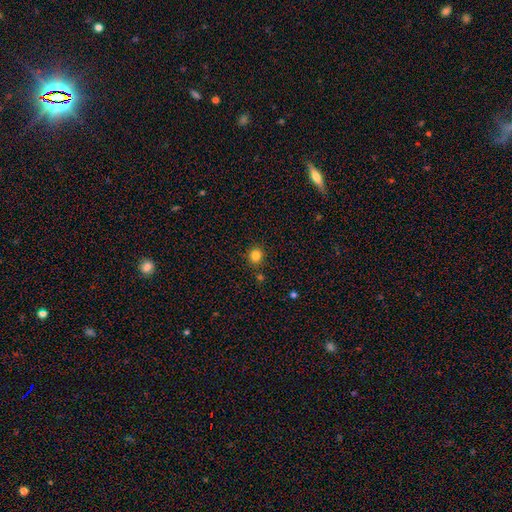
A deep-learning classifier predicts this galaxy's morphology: smooth_or_featured: smooth (p=0.83) [alt: star or artifact p=0.12]
how_rounded: round (p=0.87) [alt: in between p=0.12]
merging: none (p=0.86) [alt: minor disturbance p=0.07]